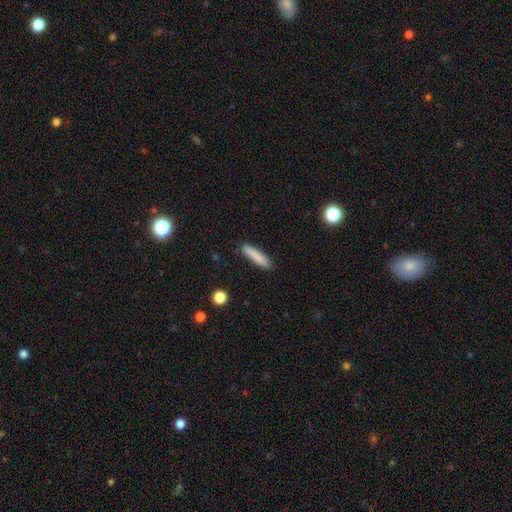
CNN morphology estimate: This is clearly a smooth galaxy (85%). How rounded: clearly cigar-shaped (86%). Merging: clearly none (88%).